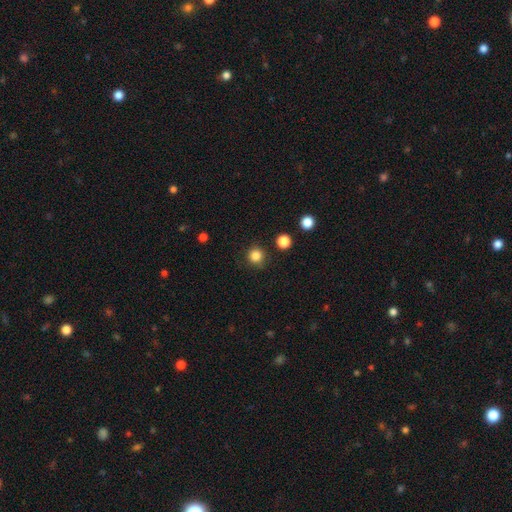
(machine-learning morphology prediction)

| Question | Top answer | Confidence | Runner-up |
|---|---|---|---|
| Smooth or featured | smooth | 85% | star or artifact (12%) |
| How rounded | round | 94% | in between (5%) |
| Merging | none | 88% | minor disturbance (7%) |